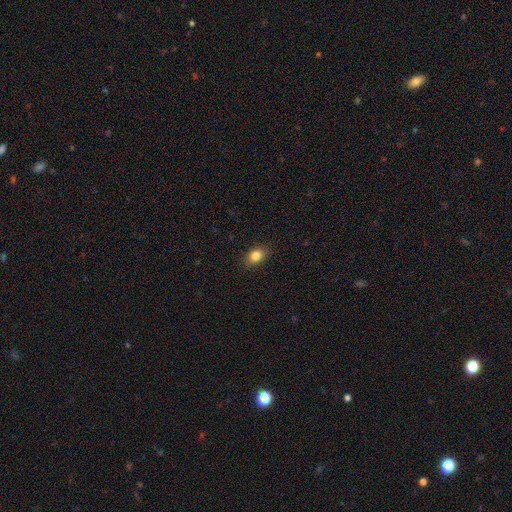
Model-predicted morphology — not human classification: smooth 84%, star or artifact 9%, featured or disk 7%. Down the decision tree: how rounded — in between (79%); merging — none (88%).